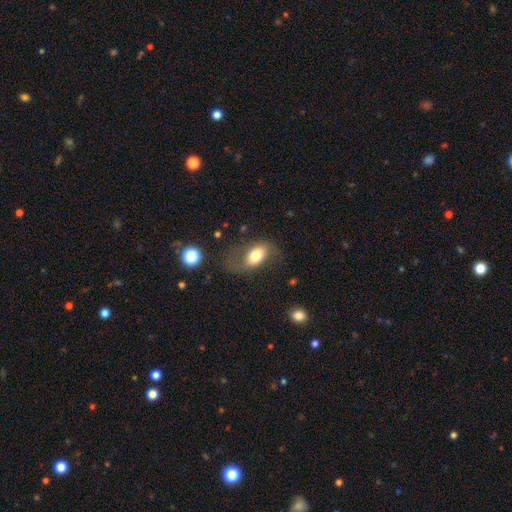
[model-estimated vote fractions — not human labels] This appears to be a smooth galaxy with no disk features (68%) that is in between round and cigar-shaped (89%). Merging: none (53%).